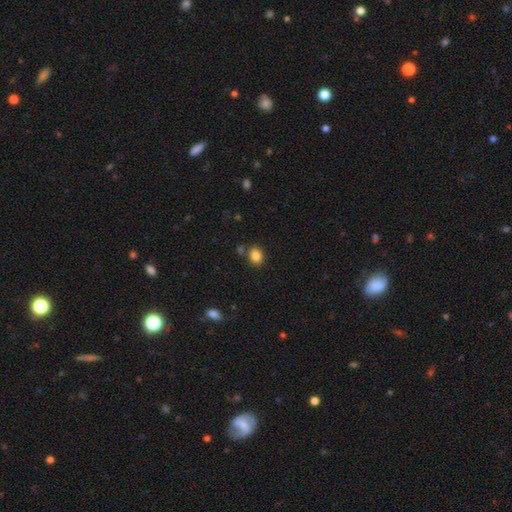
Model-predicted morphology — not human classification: Smooth or featured? smooth (85%)
How rounded? round (57%)
Merging? none (79%)